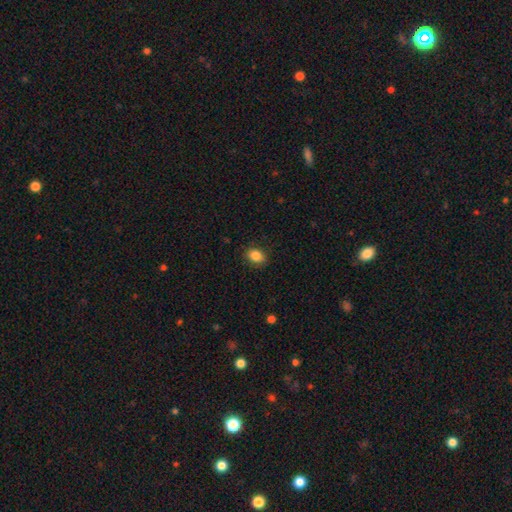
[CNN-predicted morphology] Smooth or featured? Predicted: smooth (p=0.86). How rounded? Predicted: in between (p=0.63). Merging? Predicted: none (p=0.88).